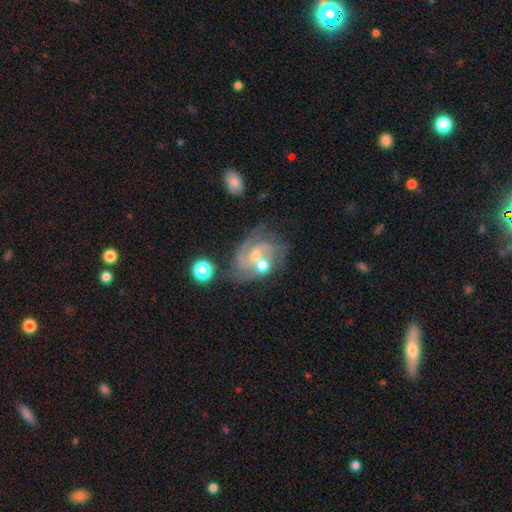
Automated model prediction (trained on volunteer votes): featured or disk 79%, smooth 11%, star or artifact 9%. Down the decision tree: edge-on disk — no (97%); bar — no (54%); spiral arms — yes (93%); spiral arm count — 2 (40%); spiral winding — medium (47%); bulge size — small (49%); merging — none (50%).